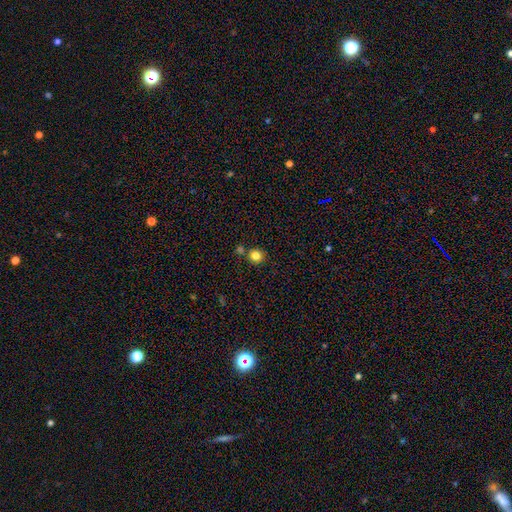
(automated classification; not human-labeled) Smooth or featured?
  - smooth: 82% *
  - star or artifact: 13%
  - featured or disk: 6%
How rounded?
  - round: 91% *
  - in between: 8%
  - cigar-shaped: 1%
Merging?
  - none: 76% *
  - merger: 13%
  - minor disturbance: 8%
  - major disturbance: 3%